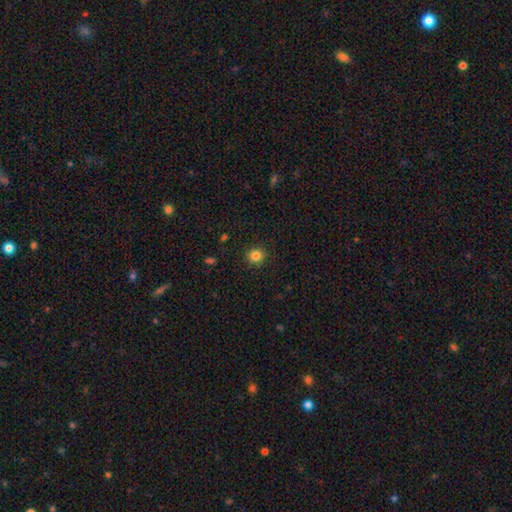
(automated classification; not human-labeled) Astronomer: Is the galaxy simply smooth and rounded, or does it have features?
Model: smooth — 84%.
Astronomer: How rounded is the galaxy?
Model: round — 90%.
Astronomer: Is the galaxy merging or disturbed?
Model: none — 91%.